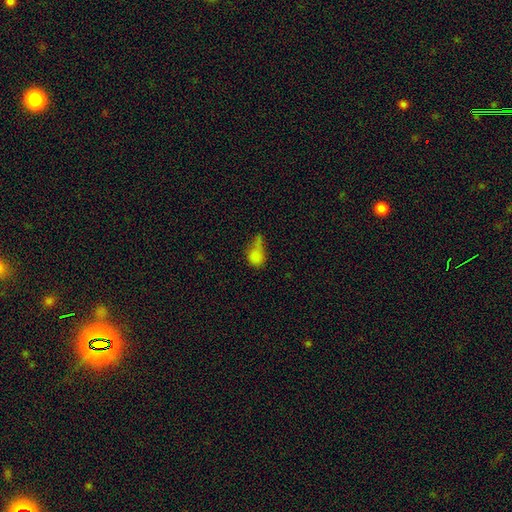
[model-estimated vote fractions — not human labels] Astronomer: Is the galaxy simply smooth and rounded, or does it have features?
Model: smooth — 74%.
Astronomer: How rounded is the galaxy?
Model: in between — 62%.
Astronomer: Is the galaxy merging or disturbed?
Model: major disturbance — 27% (runner-up: none, 26%).